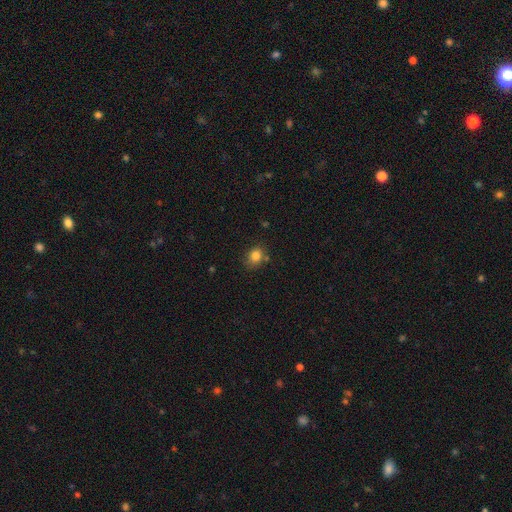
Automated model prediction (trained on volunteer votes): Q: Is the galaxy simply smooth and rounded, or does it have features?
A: smooth — 82%.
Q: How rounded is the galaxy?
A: round — 61%.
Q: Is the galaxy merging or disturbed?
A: none — 73%.